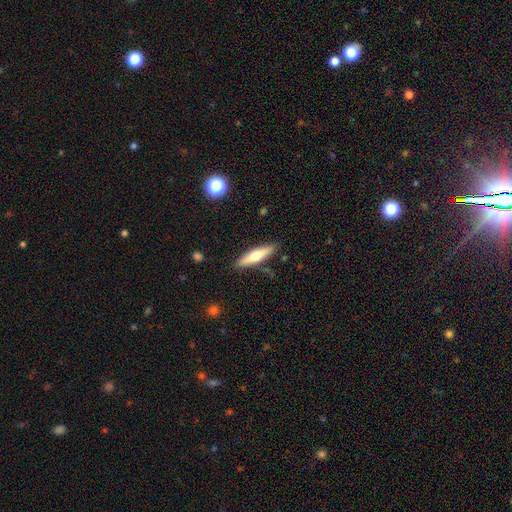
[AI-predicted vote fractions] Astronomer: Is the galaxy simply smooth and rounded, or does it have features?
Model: smooth — 54% (runner-up: featured or disk, 40%).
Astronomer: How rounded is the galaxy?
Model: cigar-shaped — 75%.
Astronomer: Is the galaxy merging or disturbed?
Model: none — 86%.